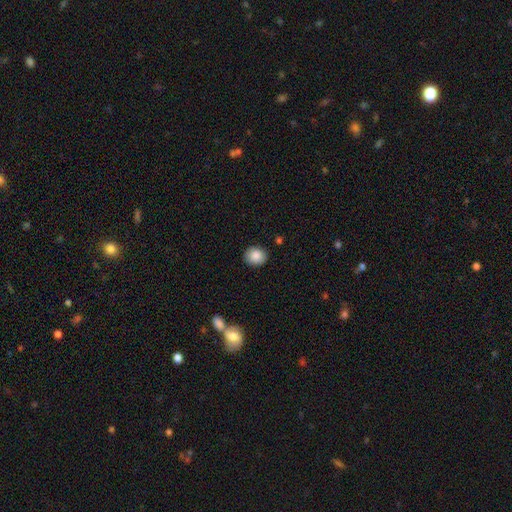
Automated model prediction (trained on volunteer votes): This is clearly a smooth galaxy (87%). How rounded: likely round (75%). Merging: clearly none (88%).